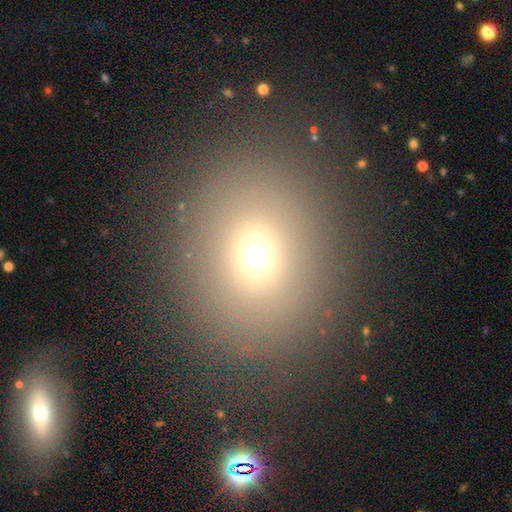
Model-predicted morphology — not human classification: Smooth or featured? smooth (68%)
How rounded? round (68%)
Merging? none (83%)